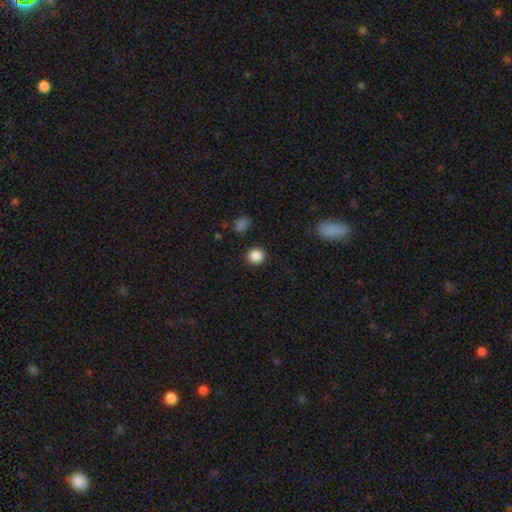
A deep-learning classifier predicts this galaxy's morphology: Overall: smooth (87%). How rounded: round (86%). Merging: none (90%).